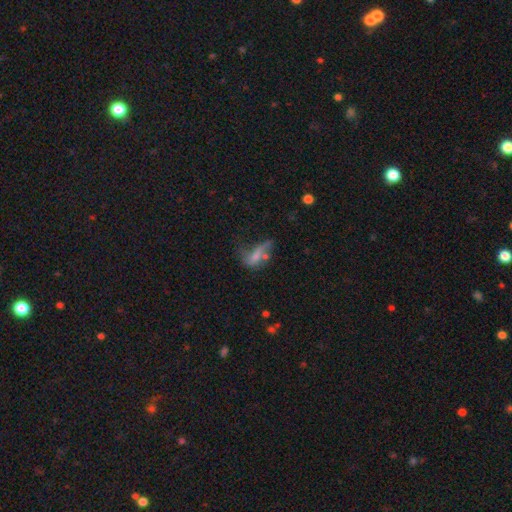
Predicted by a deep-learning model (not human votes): smooth-or-featured: featured or disk: 45% | smooth: 38% | star or artifact: 17%
  merging: major disturbance: 39% | none: 25% | minor disturbance: 19% | merger: 17%